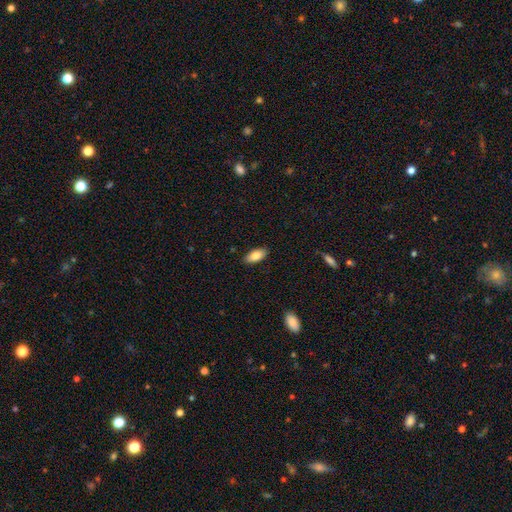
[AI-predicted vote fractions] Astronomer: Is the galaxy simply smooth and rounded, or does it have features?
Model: smooth — 83%.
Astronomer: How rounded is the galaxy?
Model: in between — 88%.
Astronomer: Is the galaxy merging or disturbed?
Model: none — 88%.